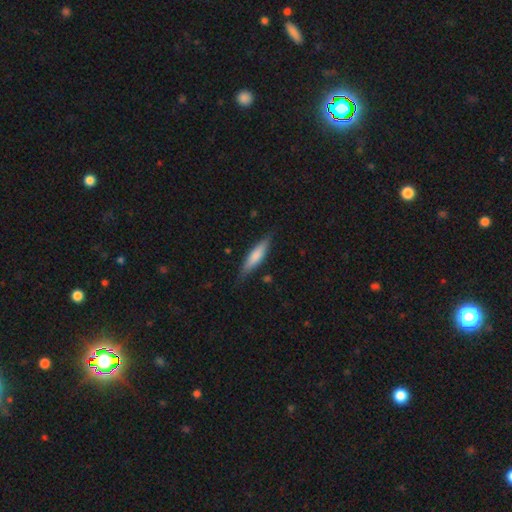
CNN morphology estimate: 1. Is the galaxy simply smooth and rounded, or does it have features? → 69% smooth, 25% featured or disk, 6% star or artifact.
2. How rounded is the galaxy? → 75% cigar-shaped, 24% in between, 1% round.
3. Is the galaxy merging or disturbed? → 80% none, 15% minor disturbance, 3% major disturbance, 1% merger.